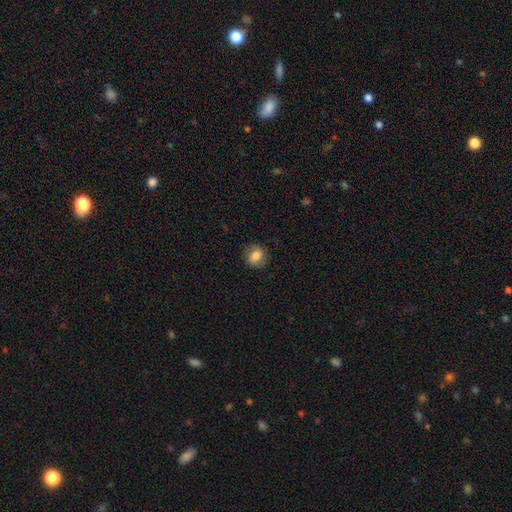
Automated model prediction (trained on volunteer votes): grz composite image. It shows a smooth galaxy with no disk features (76%) that is round (58%). Merging: none (82%).